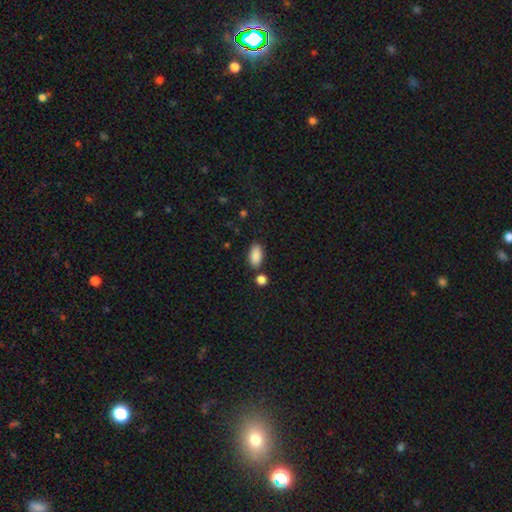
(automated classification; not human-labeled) This is clearly a smooth galaxy (88%). How rounded: clearly in between (92%). Merging: likely none (76%).